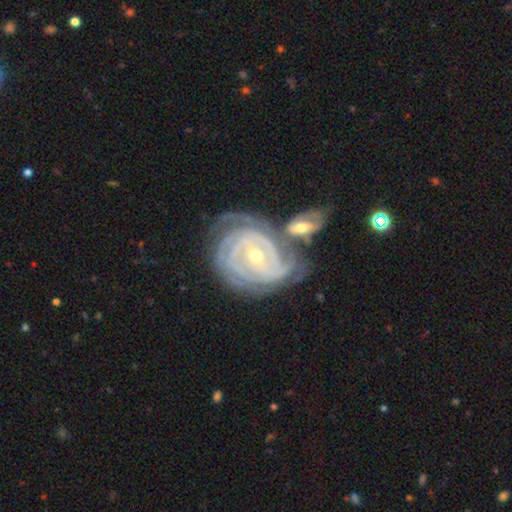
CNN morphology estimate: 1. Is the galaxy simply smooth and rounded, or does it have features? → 91% featured or disk, 5% star or artifact, 4% smooth.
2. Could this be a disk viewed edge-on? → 97% no, 3% yes.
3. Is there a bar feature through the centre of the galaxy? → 39% weak, 38% no, 22% strong.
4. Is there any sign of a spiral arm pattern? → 98% yes, 2% no.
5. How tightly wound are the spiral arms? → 84% tight, 14% medium, 2% loose.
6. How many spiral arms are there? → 28% 3, 23% 4, 22% can't tell, 15% 2, 7% more than 4, 6% 1.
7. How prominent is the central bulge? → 53% small, 44% moderate, 1% large, 1% none, 1% dominant.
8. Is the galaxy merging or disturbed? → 46% none, 26% merger, 19% minor disturbance, 9% major disturbance.